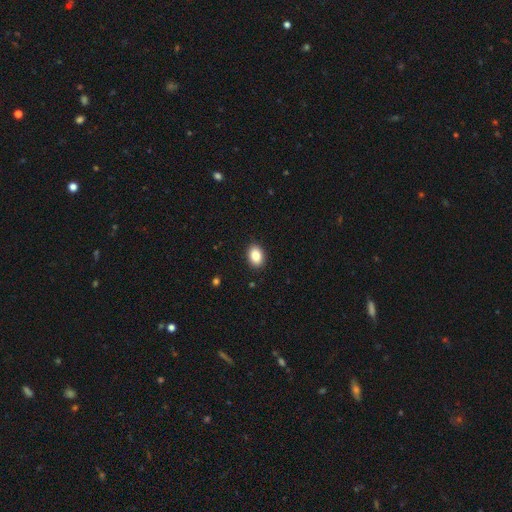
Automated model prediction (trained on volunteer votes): smooth_or_featured: smooth (p=0.86) [alt: star or artifact p=0.08]
how_rounded: in between (p=0.80) [alt: round p=0.19]
merging: none (p=0.90) [alt: minor disturbance p=0.07]